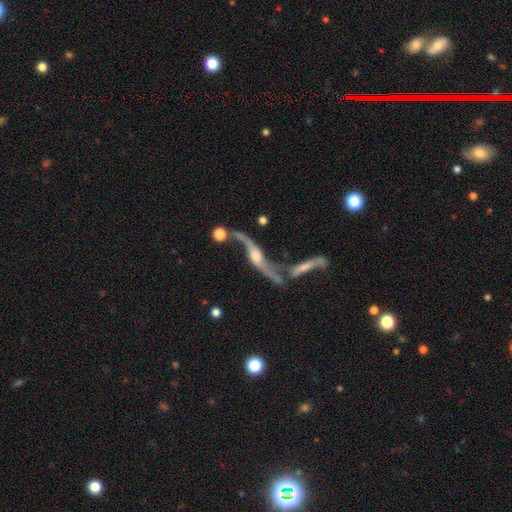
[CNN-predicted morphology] smooth_or_featured: featured or disk (p=0.85) [alt: smooth p=0.08]
disk_edge_on: no (p=0.57) [alt: yes p=0.43]
merging: merger (p=0.37) [alt: none p=0.34]